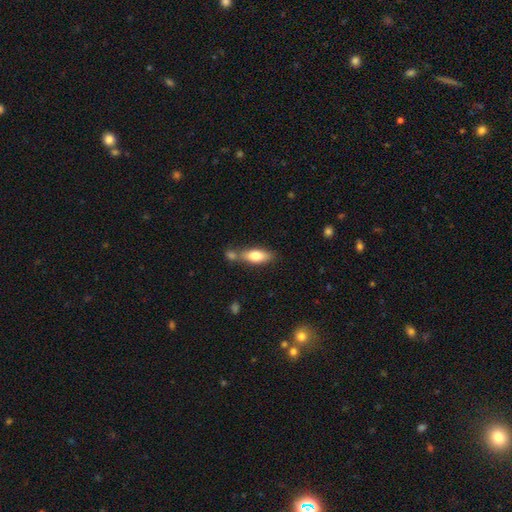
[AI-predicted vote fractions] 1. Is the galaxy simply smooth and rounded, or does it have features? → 75% smooth, 19% featured or disk, 7% star or artifact.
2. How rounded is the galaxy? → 72% in between, 25% cigar-shaped, 3% round.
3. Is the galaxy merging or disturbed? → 52% none, 28% merger, 15% minor disturbance, 5% major disturbance.